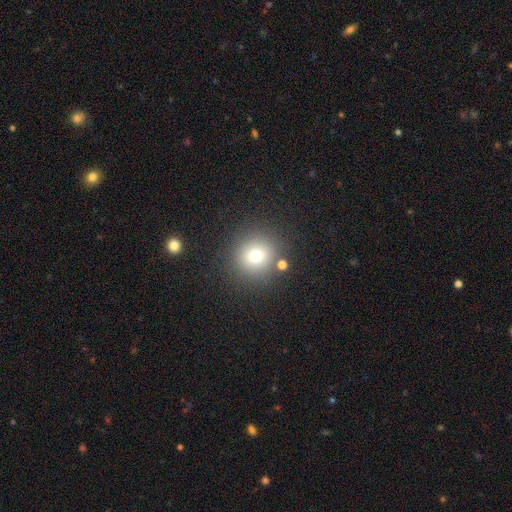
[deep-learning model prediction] Smooth or featured? Predicted: smooth (p=0.73). How rounded? Predicted: round (p=0.91). Merging? Predicted: none (p=0.84).